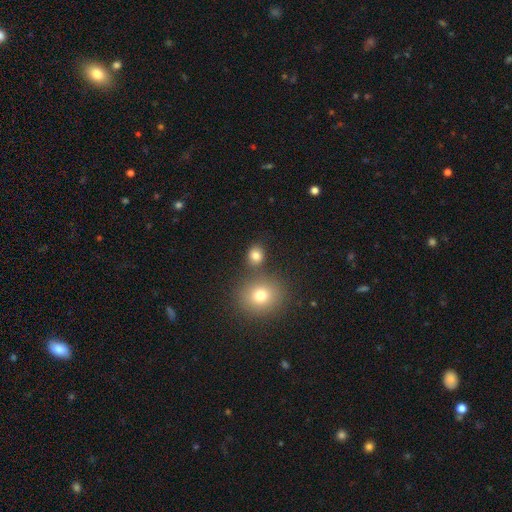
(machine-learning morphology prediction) Overall: smooth (80%). How rounded: round (66%; in between 33%). Merging: none (74%).